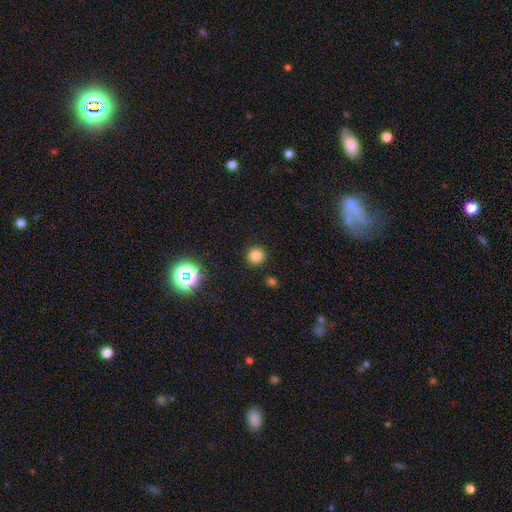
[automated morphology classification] This appears to be a smooth galaxy with no disk features (81%) that is round (95%). Merging: none (91%).